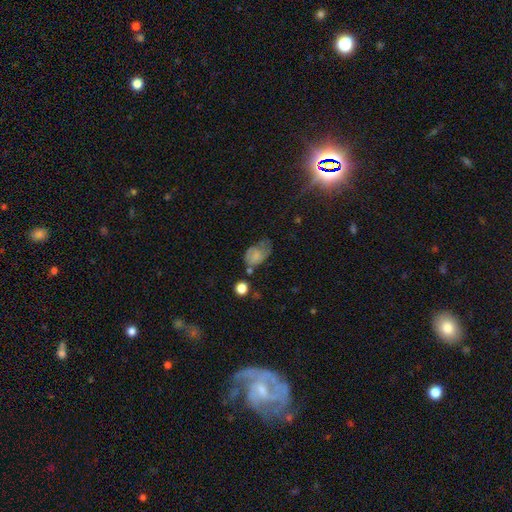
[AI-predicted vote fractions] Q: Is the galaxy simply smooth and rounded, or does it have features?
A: smooth — 60%.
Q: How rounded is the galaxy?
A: in between — 80%.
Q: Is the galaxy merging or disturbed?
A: minor disturbance — 35%.